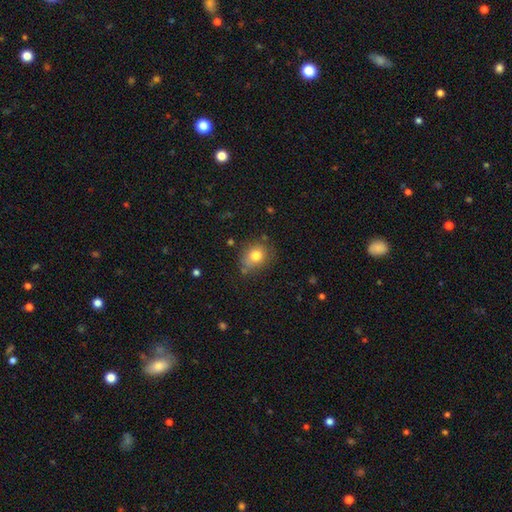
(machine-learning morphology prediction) Overall: smooth (78%). How rounded: round (61%; in between 38%). Merging: none (69%).